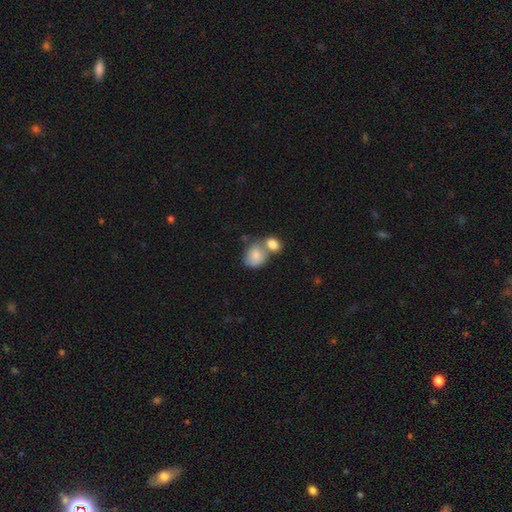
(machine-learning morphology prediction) type=smooth (80%); roundness=in between (53%); merging=merger (57%).